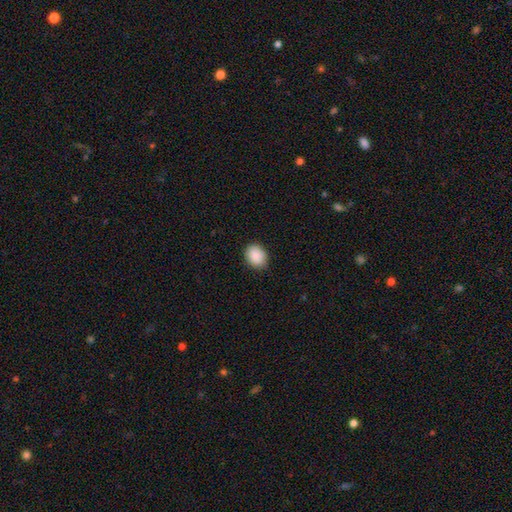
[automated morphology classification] smooth 89%, star or artifact 7%, featured or disk 3%. Down the decision tree: how rounded — in between (55%); merging — none (87%).